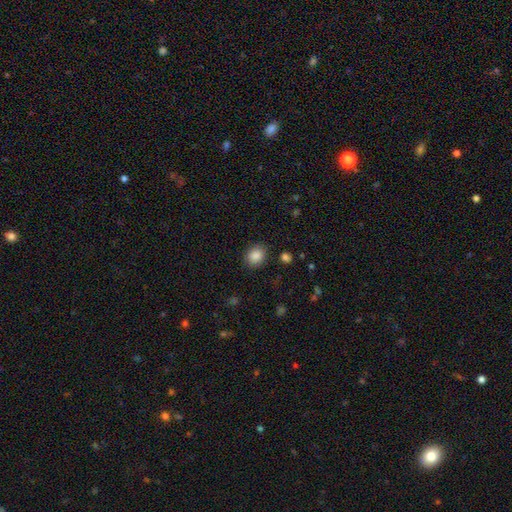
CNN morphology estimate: A smooth galaxy with no disk features (87%) that is round (61%). Merging: none (85%).